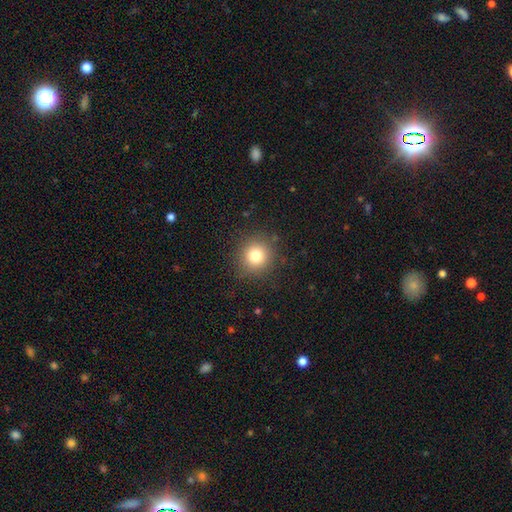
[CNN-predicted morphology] Q: Smooth or featured?
A: smooth (79%); runner-up: star or artifact (13%)
Q: How rounded?
A: round (92%); runner-up: in between (7%)
Q: Merging?
A: none (87%); runner-up: minor disturbance (8%)